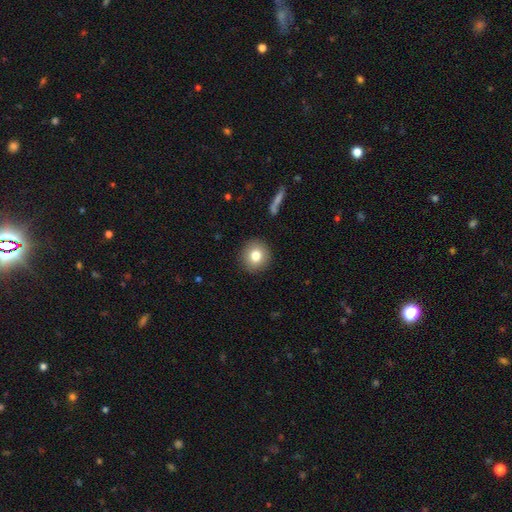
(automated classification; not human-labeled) Morphology: type=smooth (79%); roundness=round (92%); merging=none (91%).